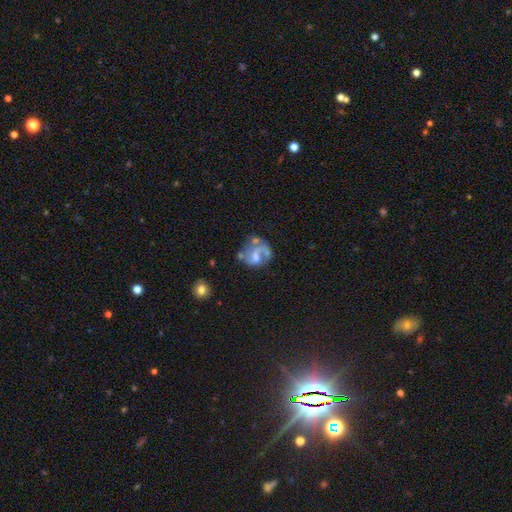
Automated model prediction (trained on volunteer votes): Smooth or featured? featured or disk (63%)
Edge-on disk? no (98%)
Bar? no (57%)
Spiral arms? yes (63%)
Bulge size? moderate (40%)
Merging? none (36%)